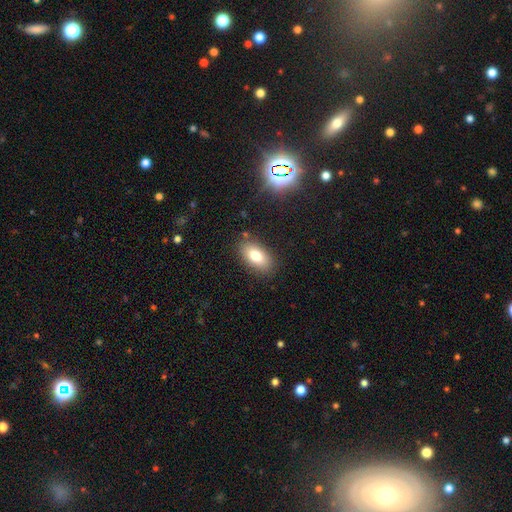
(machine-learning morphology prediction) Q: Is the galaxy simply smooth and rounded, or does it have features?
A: smooth — 79%.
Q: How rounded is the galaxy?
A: in between — 92%.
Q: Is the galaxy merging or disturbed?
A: none — 84%.